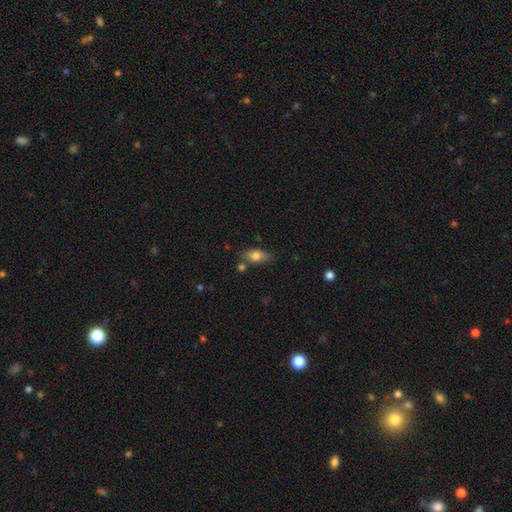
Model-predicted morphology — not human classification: A smooth galaxy with no disk features (78%) that is in between round and cigar-shaped (85%). Merging: none (70%).